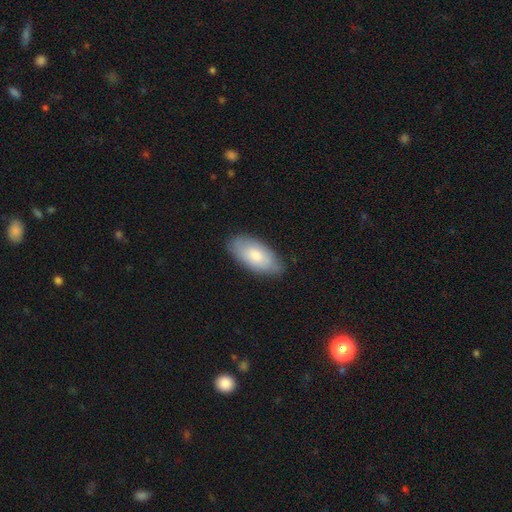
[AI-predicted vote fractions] Overall: smooth (75%). How rounded: in between (93%). Merging: none (79%).